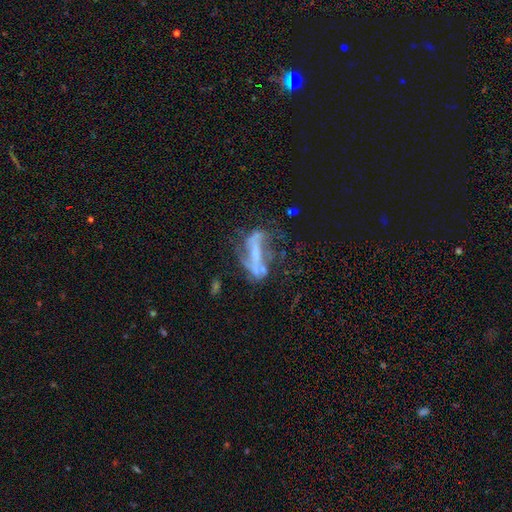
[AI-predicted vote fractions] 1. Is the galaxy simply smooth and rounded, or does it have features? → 69% featured or disk, 18% smooth, 13% star or artifact.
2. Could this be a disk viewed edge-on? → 84% no, 16% yes.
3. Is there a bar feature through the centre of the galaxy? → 40% strong, 36% no, 25% weak.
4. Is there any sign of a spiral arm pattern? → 52% yes, 48% no.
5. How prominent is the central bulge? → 47% none, 31% small, 17% moderate, 4% large, 2% dominant.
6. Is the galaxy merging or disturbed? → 35% none, 33% major disturbance, 19% minor disturbance, 12% merger.